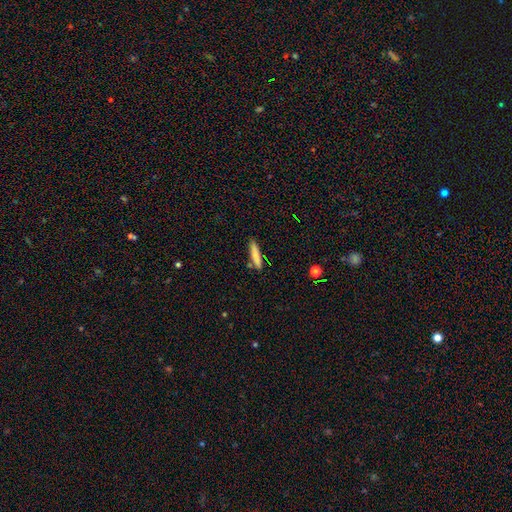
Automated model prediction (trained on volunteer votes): This appears to be a smooth galaxy with no disk features (79%) that is cigar-shaped (87%). Merging: none (83%).